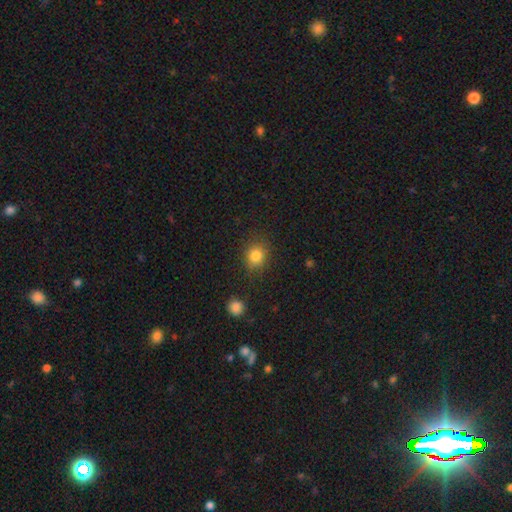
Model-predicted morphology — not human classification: type=smooth (83%); roundness=round (76%); merging=none (84%).